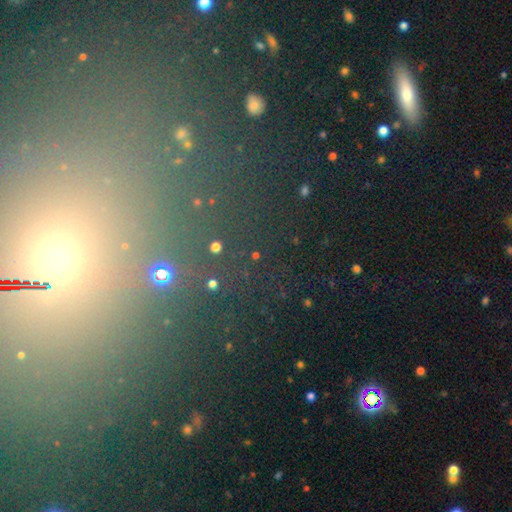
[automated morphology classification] Q: Smooth or featured?
A: star or artifact (63%); runner-up: smooth (26%)